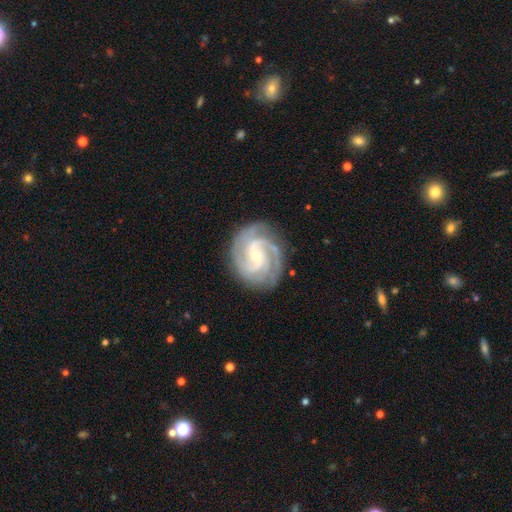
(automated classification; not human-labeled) A featured or disk galaxy (92%) with a weak bar (45%), 3 (47%) tight (59%) spiral arms (99%) and a small central bulge (70%).

Vote fractions:
- Smooth or featured? featured or disk: 92% / star or artifact: 4% / smooth: 4%
- Edge-on disk? no: 98% / yes: 2%
- Bar? weak: 45% / no: 38% / strong: 17%
- Spiral arms? yes: 99% / no: 1%
- Spiral winding? tight: 59% / medium: 36% / loose: 5%
- Spiral arm count? 3: 47% / 2: 19% / 4: 15% / can't tell: 9% / more than 4: 5% / 1: 5%
- Bulge size? small: 70% / moderate: 28% / none: 1% / large: 1% / dominant: 1%
- Merging? none: 82% / minor disturbance: 13% / major disturbance: 4% / merger: 1%